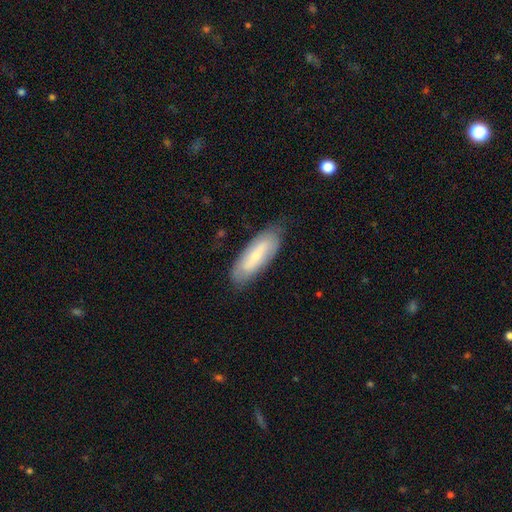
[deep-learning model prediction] Smooth or featured? smooth (58%)
How rounded? in between (59%)
Merging? none (79%)